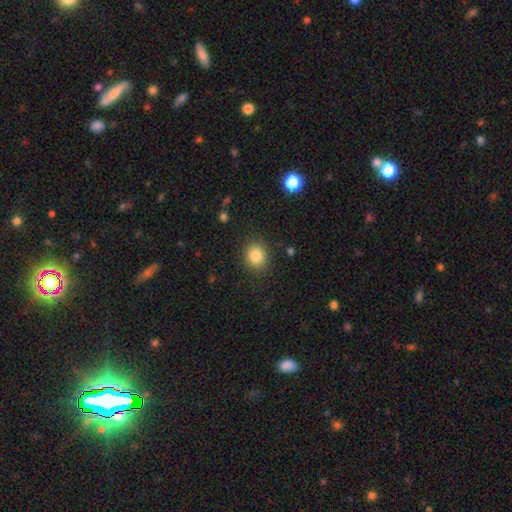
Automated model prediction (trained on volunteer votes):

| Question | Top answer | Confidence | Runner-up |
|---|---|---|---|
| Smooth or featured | smooth | 84% | star or artifact (10%) |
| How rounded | round | 72% | in between (27%) |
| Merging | none | 87% | minor disturbance (8%) |